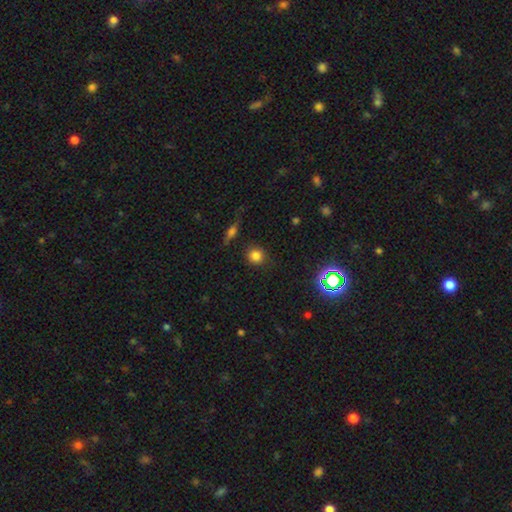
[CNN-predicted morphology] Smooth or featured? smooth (80%)
How rounded? round (89%)
Merging? none (86%)